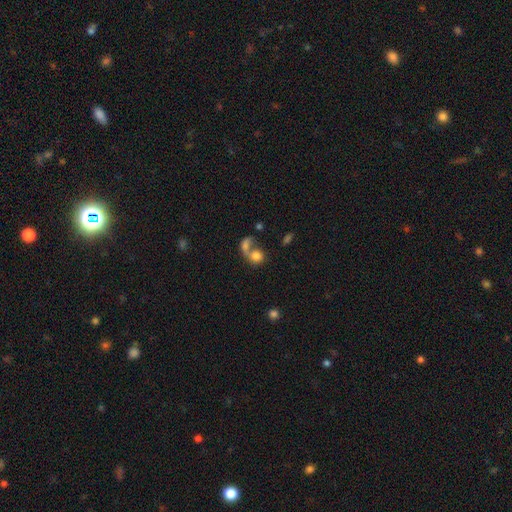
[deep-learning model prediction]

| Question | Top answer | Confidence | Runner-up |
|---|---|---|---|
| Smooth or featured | smooth | 72% | featured or disk (18%) |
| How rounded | round | 68% | in between (30%) |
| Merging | merger | 60% | none (24%) |